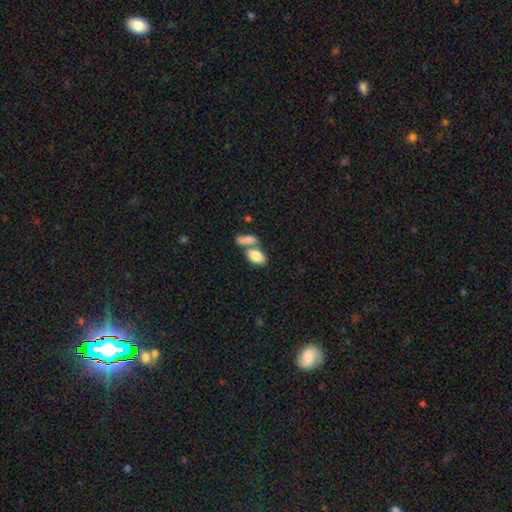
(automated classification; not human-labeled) Smooth or featured? Predicted: smooth (p=0.83). How rounded? Predicted: in between (p=0.92). Merging? Predicted: merger (p=0.48).